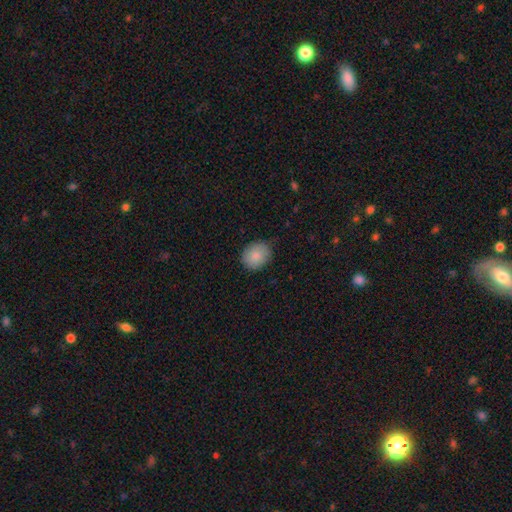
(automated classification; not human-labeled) A smooth galaxy with no disk features (84%) that is round (59%).

Vote fractions:
- Smooth or featured? smooth: 84% / featured or disk: 8% / star or artifact: 8%
- How rounded? round: 59% / in between: 40% / cigar-shaped: 1%
- Merging? none: 81% / minor disturbance: 16% / major disturbance: 3% / merger: 1%